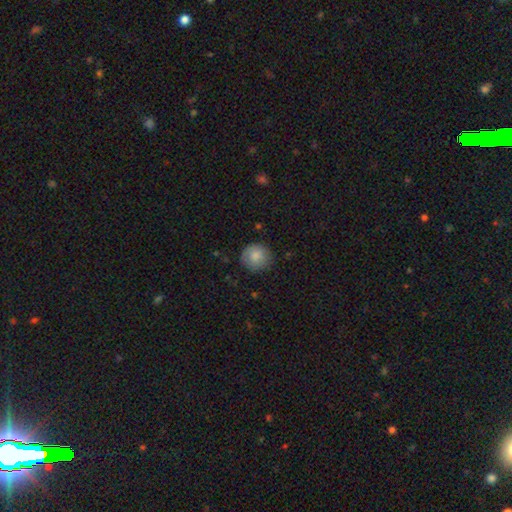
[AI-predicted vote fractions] smooth_or_featured: smooth (p=0.84) [alt: featured or disk p=0.08]
how_rounded: round (p=0.90) [alt: in between p=0.09]
merging: none (p=0.81) [alt: minor disturbance p=0.14]